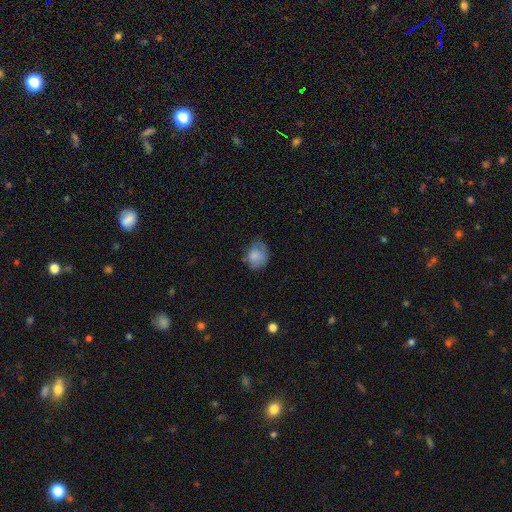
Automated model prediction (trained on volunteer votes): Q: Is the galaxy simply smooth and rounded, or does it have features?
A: smooth — 81%.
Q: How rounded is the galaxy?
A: round — 58%.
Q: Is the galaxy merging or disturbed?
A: none — 57%.